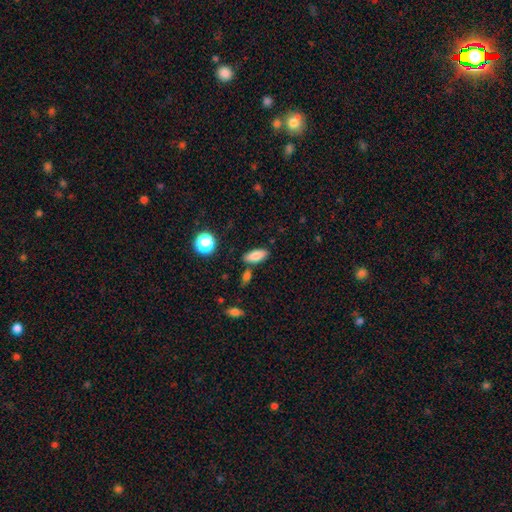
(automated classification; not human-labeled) The model was most divided on "how rounded": in between: 81%, cigar-shaped: 15%, round: 4%. More confident: smooth or featured — smooth (82%); merging — none (79%).